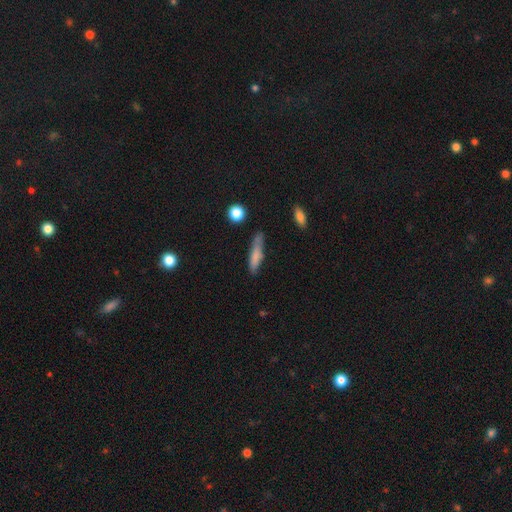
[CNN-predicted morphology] Q: Smooth or featured?
A: smooth (75%); runner-up: featured or disk (17%)
Q: How rounded?
A: cigar-shaped (78%); runner-up: in between (19%)
Q: Merging?
A: none (65%); runner-up: minor disturbance (25%)